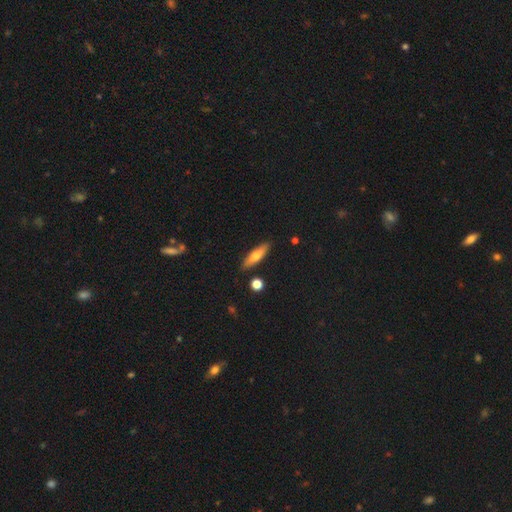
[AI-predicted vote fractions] Smooth or featured? smooth (58%)
How rounded? cigar-shaped (65%)
Merging? none (87%)